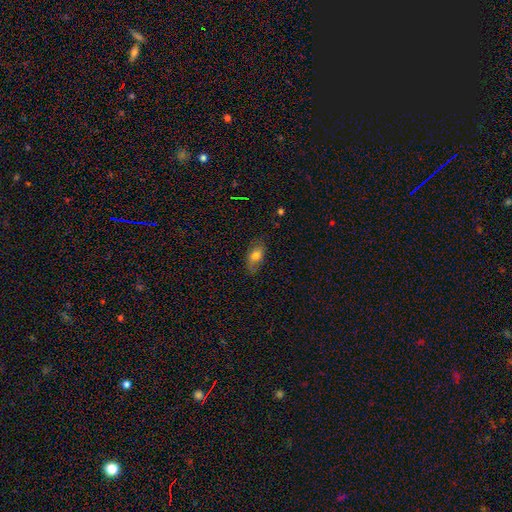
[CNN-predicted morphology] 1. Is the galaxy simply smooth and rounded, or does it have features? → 73% smooth, 17% featured or disk, 9% star or artifact.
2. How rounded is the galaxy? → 87% in between, 8% round, 5% cigar-shaped.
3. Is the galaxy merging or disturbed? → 74% none, 20% minor disturbance, 5% major disturbance, 1% merger.